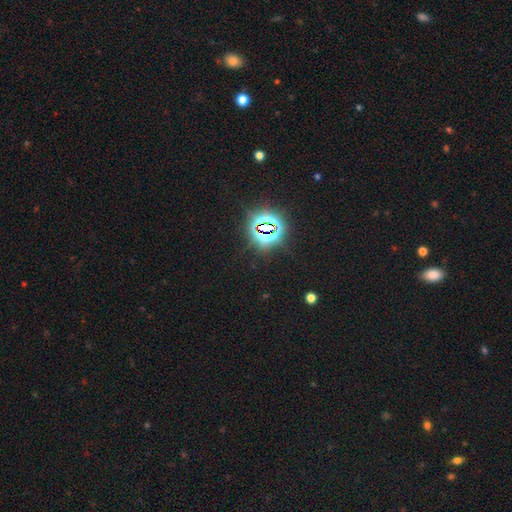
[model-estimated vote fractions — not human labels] Q: Smooth or featured?
A: star or artifact (83%); runner-up: smooth (11%)